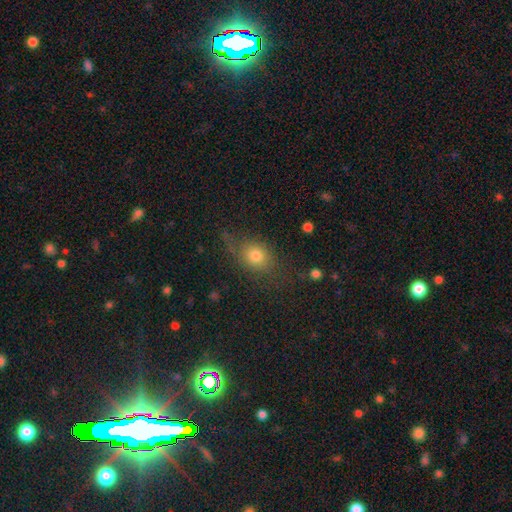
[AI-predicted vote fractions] This appears to be a smooth galaxy with no disk features (71%) that is in between round and cigar-shaped (50%). Merging: none (63%).